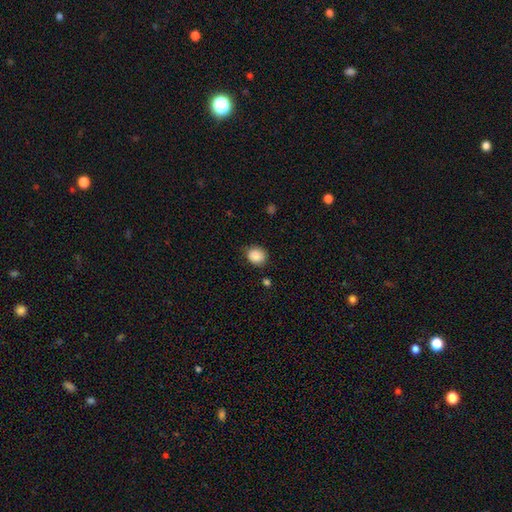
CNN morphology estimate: The model was most divided on "how rounded": round: 72%, in between: 27%, cigar-shaped: 1%. More confident: smooth or featured — smooth (88%); merging — none (79%).